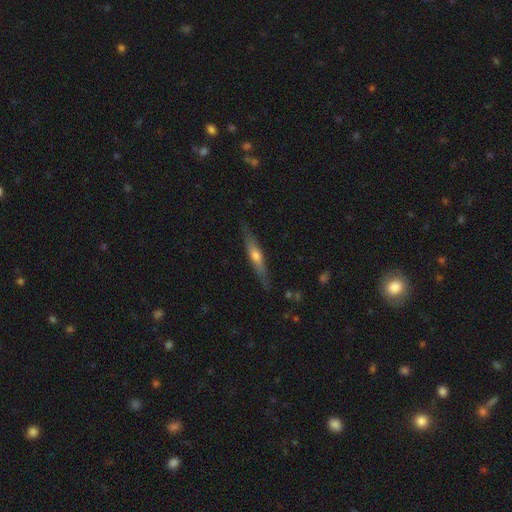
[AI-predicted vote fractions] This appears to be a featured or disk galaxy (50%). Merging: none (83%).